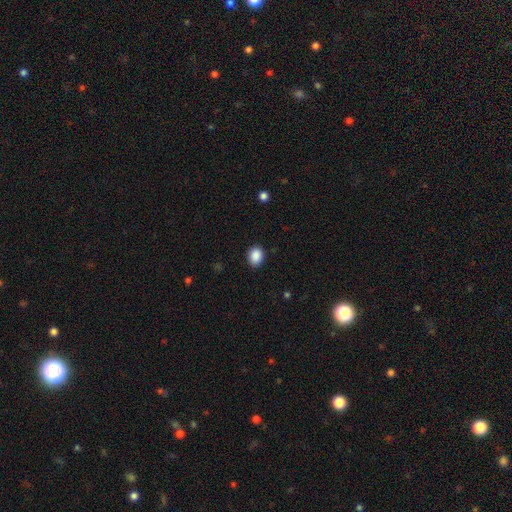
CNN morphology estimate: A smooth galaxy with no disk features (89%) that is in between round and cigar-shaped (50%). Merging: none (89%).